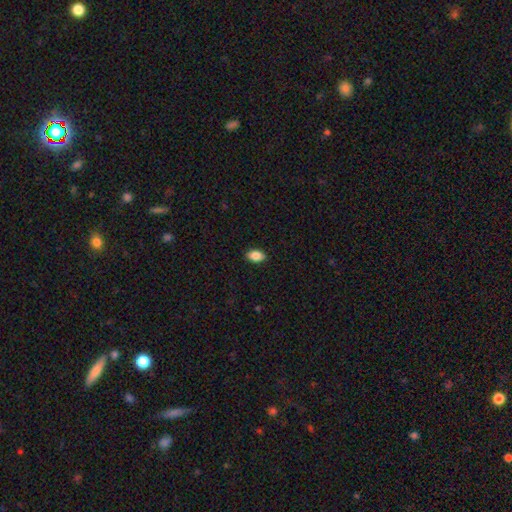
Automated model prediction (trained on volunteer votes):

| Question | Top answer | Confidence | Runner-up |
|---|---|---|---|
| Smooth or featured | smooth | 87% | star or artifact (8%) |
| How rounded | in between | 91% | round (7%) |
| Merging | none | 89% | minor disturbance (8%) |